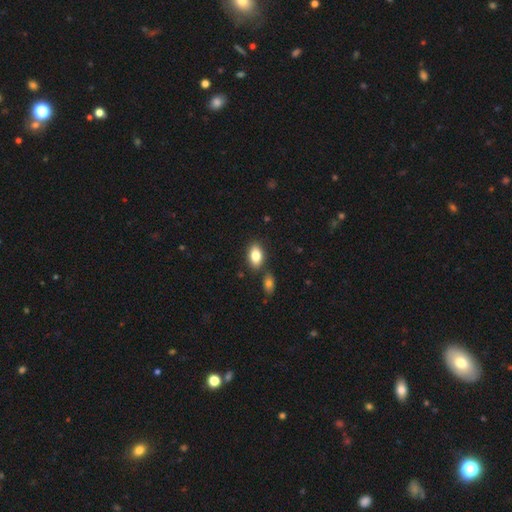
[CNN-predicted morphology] Smooth or featured: smooth — 81% (featured or disk — 11%)
How rounded: in between — 90% (round — 7%)
Merging: none — 77% (minor disturbance — 11%)